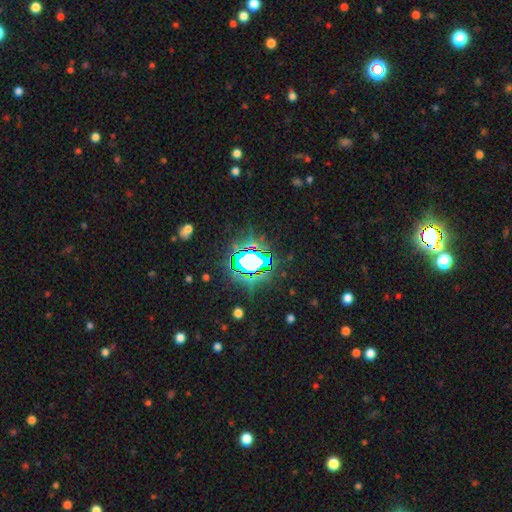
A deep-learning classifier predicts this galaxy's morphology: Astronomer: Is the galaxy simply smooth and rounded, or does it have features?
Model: star or artifact — 77%.